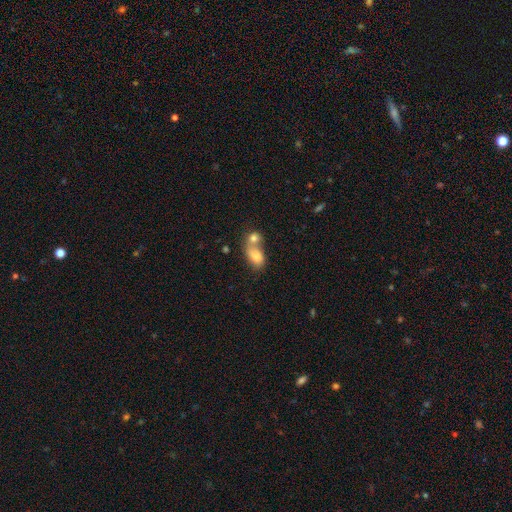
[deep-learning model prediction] Smooth or featured?
  - smooth: 77% *
  - featured or disk: 15%
  - star or artifact: 8%
How rounded?
  - in between: 77% *
  - round: 21%
  - cigar-shaped: 3%
Merging?
  - merger: 68% *
  - none: 19%
  - minor disturbance: 8%
  - major disturbance: 5%